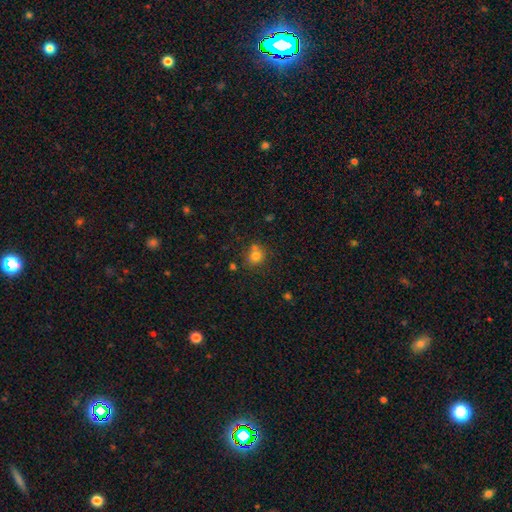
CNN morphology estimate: Smooth or featured? Predicted: smooth (p=0.77). How rounded? Predicted: round (p=0.81). Merging? Predicted: none (p=0.65).